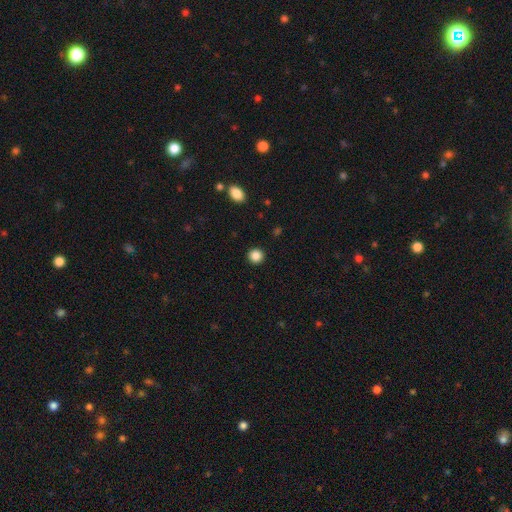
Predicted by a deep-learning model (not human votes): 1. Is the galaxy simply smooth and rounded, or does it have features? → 86% smooth, 11% star or artifact, 3% featured or disk.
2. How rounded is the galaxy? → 94% round, 6% in between, 1% cigar-shaped.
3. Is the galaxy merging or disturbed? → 93% none, 5% minor disturbance, 2% major disturbance, 1% merger.